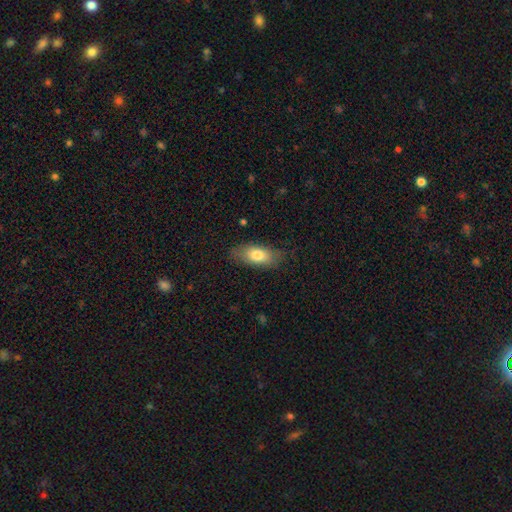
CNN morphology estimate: Overall: smooth (76%). How rounded: in between (80%). Merging: none (81%).